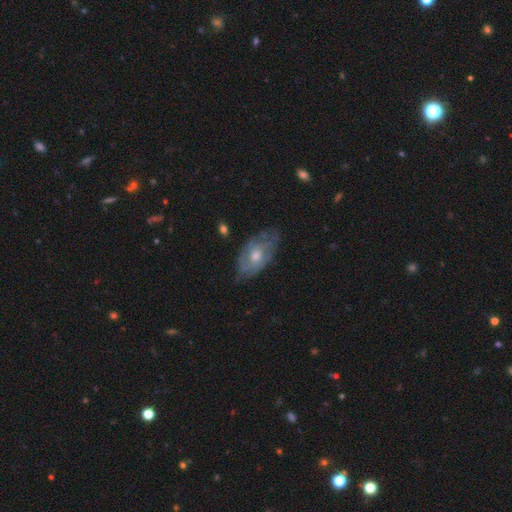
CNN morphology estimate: Overall: featured or disk (61%; smooth 31%). Edge-on disk: no (91%). Bar: no (80%). Spiral arms: yes (64%; no 36%). Bulge size: moderate (67%). Merging: none (63%; minor disturbance 27%).